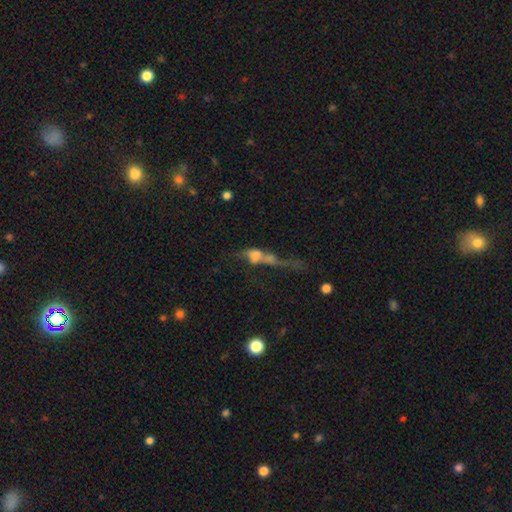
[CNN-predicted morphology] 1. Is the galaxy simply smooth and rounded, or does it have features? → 46% featured or disk, 35% smooth, 19% star or artifact.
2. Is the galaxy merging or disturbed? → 40% merger, 32% major disturbance, 18% none, 10% minor disturbance.